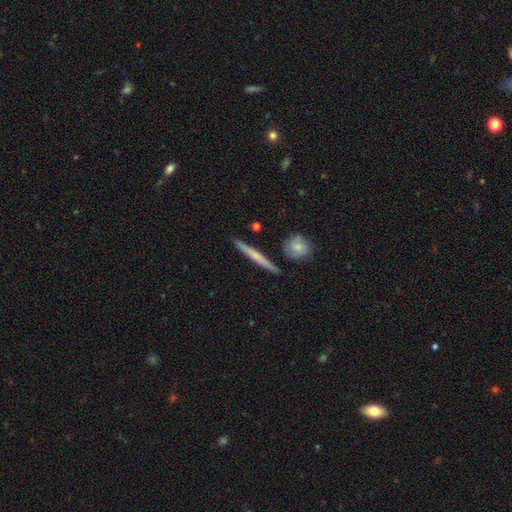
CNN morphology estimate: Smooth or featured? smooth (49%)
Merging? none (89%)